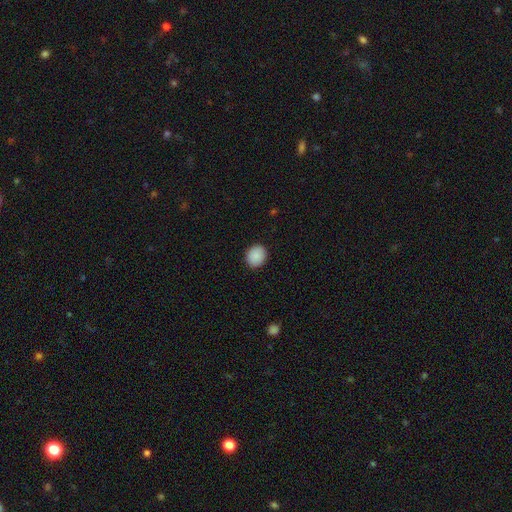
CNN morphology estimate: type=smooth (89%); roundness=round (75%); merging=none (91%).